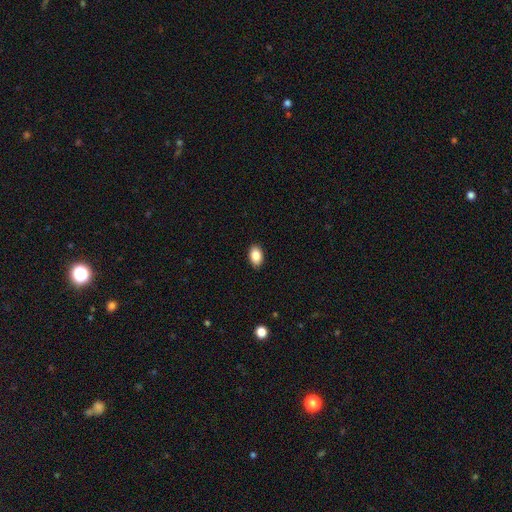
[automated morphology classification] The model was most divided on "how rounded": in between: 89%, round: 10%, cigar-shaped: 1%. More confident: merging — none (89%); smooth or featured — smooth (88%).